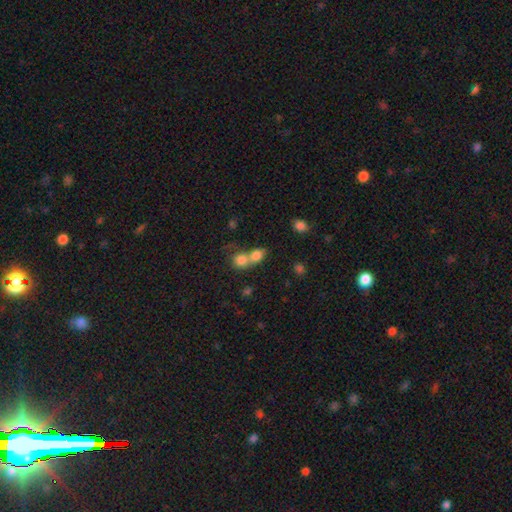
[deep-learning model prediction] Morphology: type=smooth (78%); roundness=round (60%); merging=merger (66%).